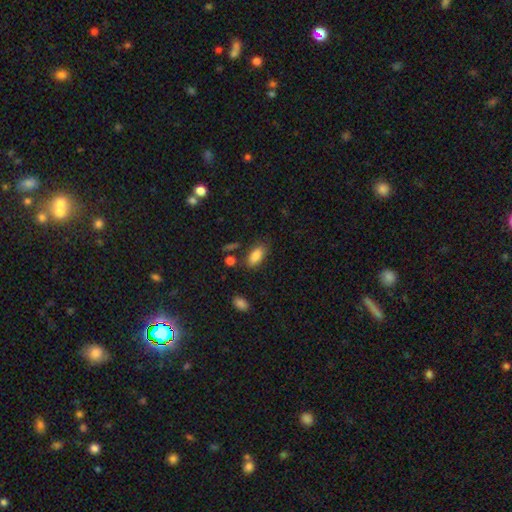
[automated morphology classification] smooth_or_featured: smooth (p=0.85) [alt: star or artifact p=0.08]
how_rounded: in between (p=0.88) [alt: cigar-shaped p=0.09]
merging: none (p=0.78) [alt: minor disturbance p=0.14]